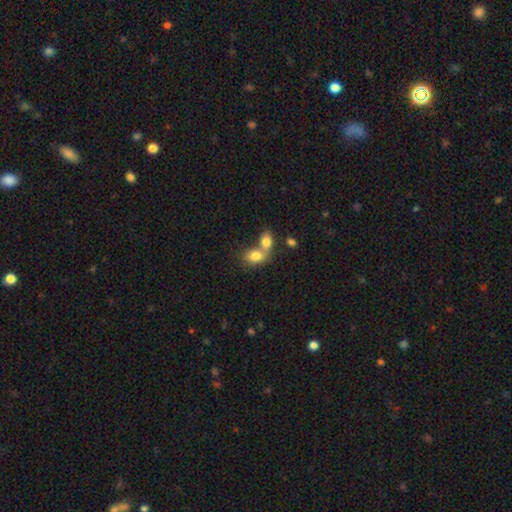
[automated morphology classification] Smooth or featured? smooth (79%)
How rounded? in between (71%)
Merging? merger (65%)